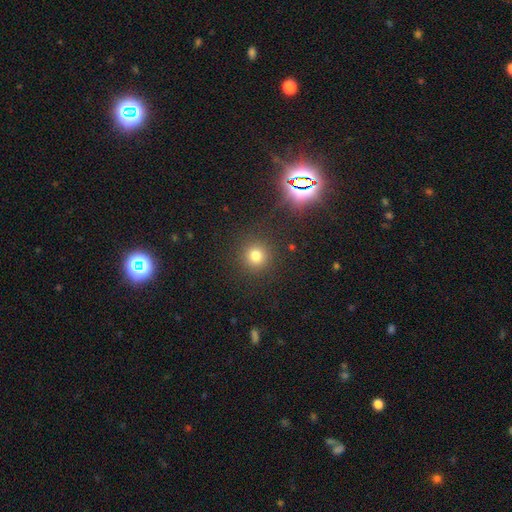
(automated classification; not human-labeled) Overall: smooth (77%). How rounded: round (93%). Merging: none (88%).